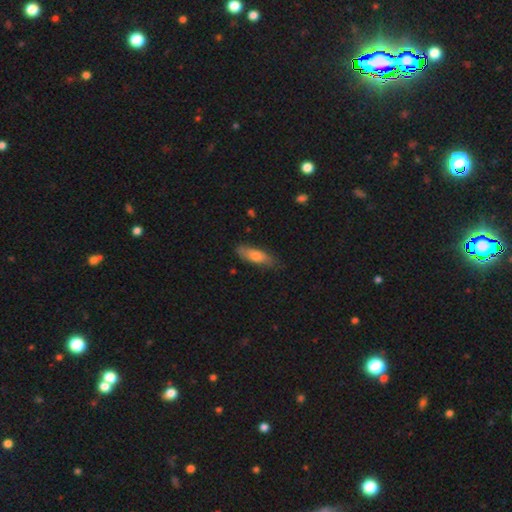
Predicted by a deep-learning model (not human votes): A smooth galaxy with no disk features (70%) that is in between round and cigar-shaped (54%). Merging: none (75%).